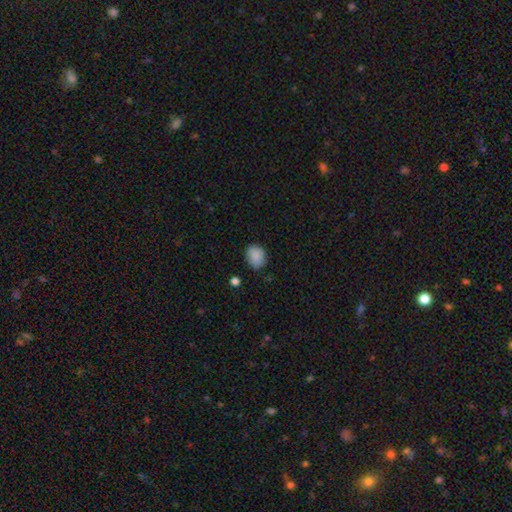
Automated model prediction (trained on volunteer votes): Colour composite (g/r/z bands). It shows a smooth galaxy with no disk features (87%) that is in between round and cigar-shaped (51%). Merging: none (76%).